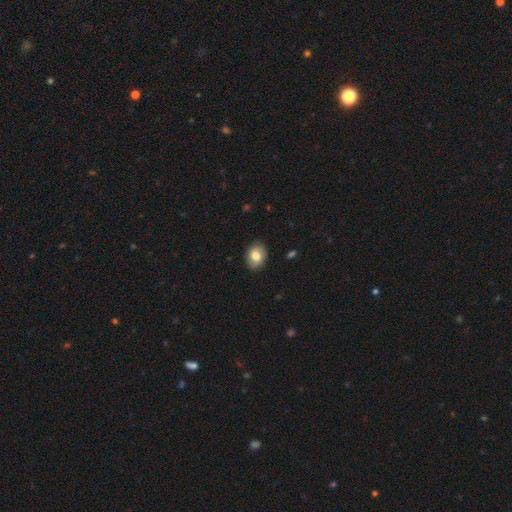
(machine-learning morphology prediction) A smooth galaxy with no disk features (77%) that is in between round and cigar-shaped (73%).

Vote fractions:
- Smooth or featured? smooth: 77% / featured or disk: 15% / star or artifact: 7%
- How rounded? in between: 73% / round: 26% / cigar-shaped: 1%
- Merging? none: 85% / minor disturbance: 12% / major disturbance: 2% / merger: 1%